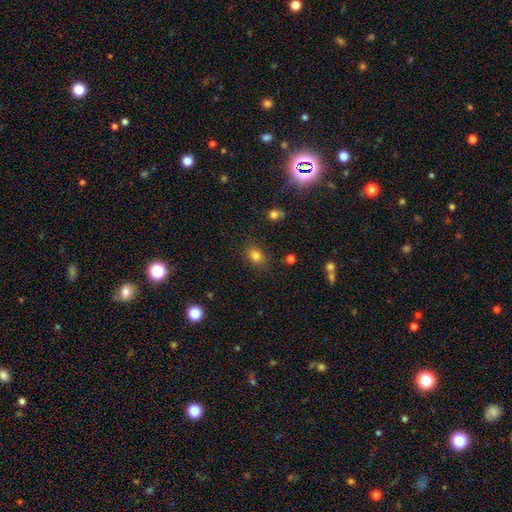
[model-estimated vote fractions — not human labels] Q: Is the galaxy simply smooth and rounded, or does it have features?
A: smooth — 81%.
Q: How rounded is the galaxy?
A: in between — 66%.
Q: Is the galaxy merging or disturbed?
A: none — 83%.